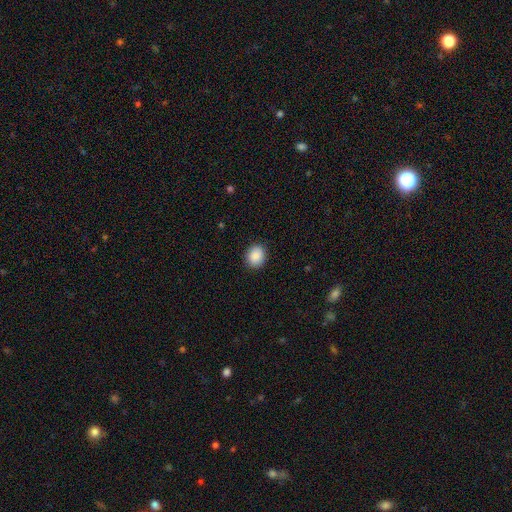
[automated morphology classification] The model was most divided on "how rounded": round: 60%, in between: 39%, cigar-shaped: 1%. More confident: smooth or featured — smooth (89%); merging — none (89%).